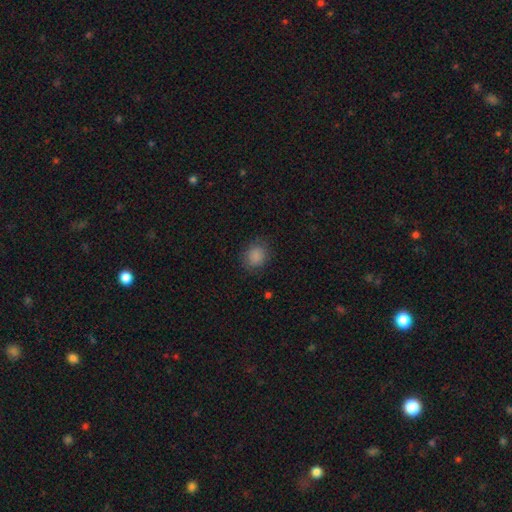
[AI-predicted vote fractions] smooth 86%, star or artifact 10%, featured or disk 4%. Down the decision tree: how rounded — round (75%); merging — none (84%).